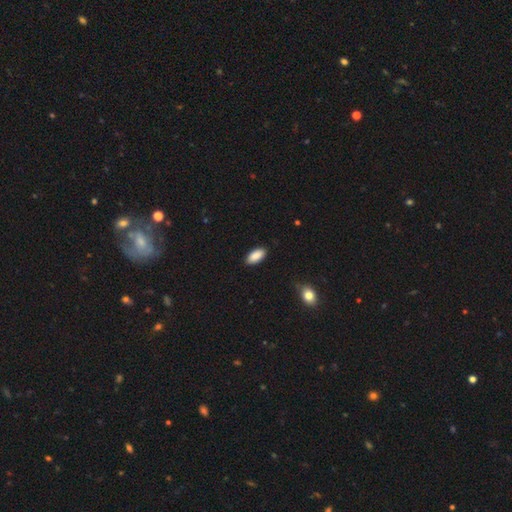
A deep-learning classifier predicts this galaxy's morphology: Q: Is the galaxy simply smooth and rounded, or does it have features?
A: smooth — 89%.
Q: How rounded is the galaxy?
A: in between — 92%.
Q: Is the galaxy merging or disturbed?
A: none — 87%.